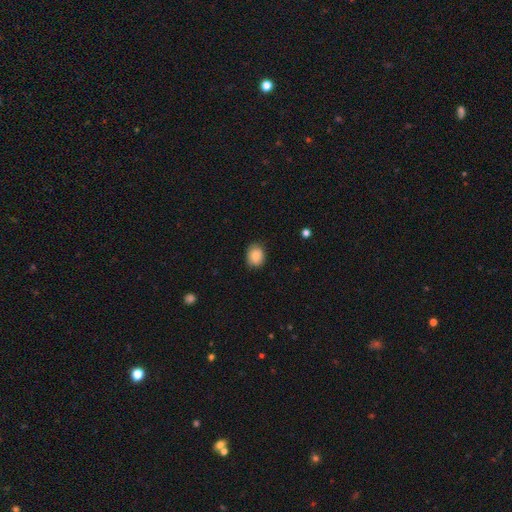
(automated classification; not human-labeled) smooth 81%, featured or disk 11%, star or artifact 8%. Down the decision tree: how rounded — round (60%); merging — none (77%).